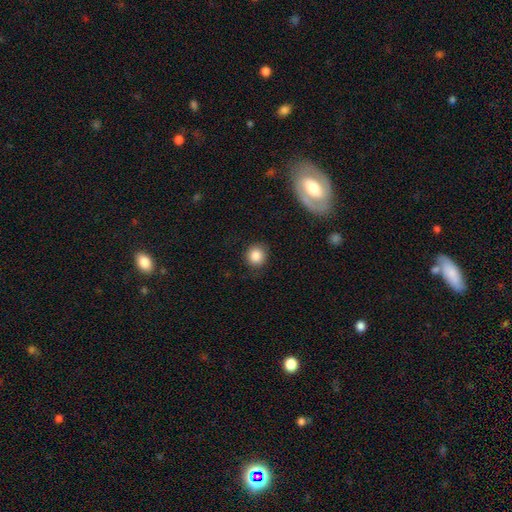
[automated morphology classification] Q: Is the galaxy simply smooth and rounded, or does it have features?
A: smooth — 85%.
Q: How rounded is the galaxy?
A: round — 91%.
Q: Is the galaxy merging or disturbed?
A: none — 86%.